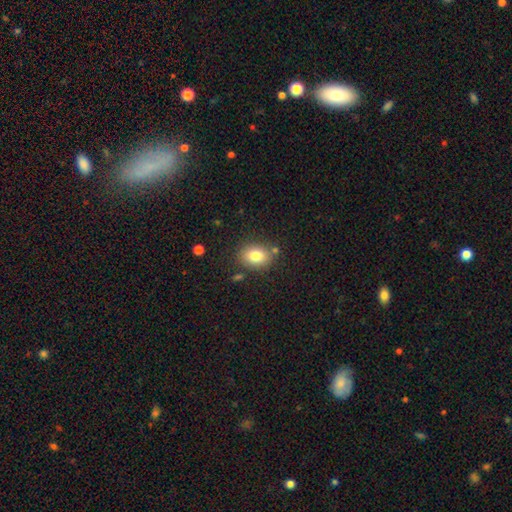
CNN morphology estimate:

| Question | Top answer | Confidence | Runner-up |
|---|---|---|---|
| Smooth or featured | smooth | 80% | featured or disk (10%) |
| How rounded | in between | 63% | round (36%) |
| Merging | none | 78% | minor disturbance (12%) |